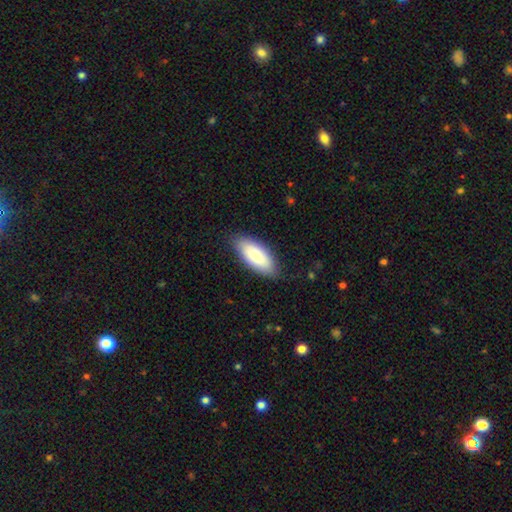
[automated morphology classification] smooth_or_featured: smooth (p=0.82) [alt: featured or disk p=0.12]
how_rounded: in between (p=0.85) [alt: cigar-shaped p=0.13]
merging: none (p=0.85) [alt: minor disturbance p=0.12]